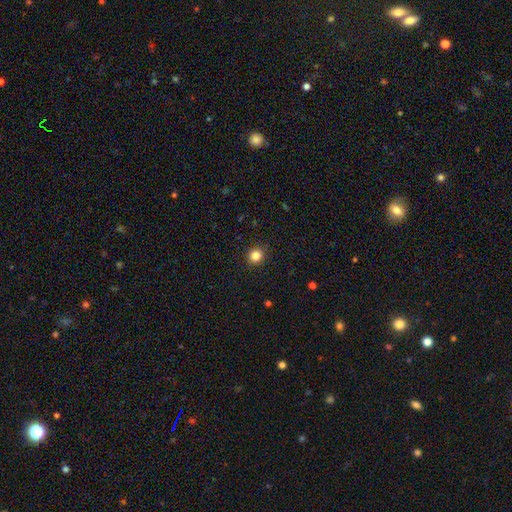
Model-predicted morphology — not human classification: This is clearly a smooth galaxy (84%). How rounded: clearly round (89%). Merging: clearly none (91%).